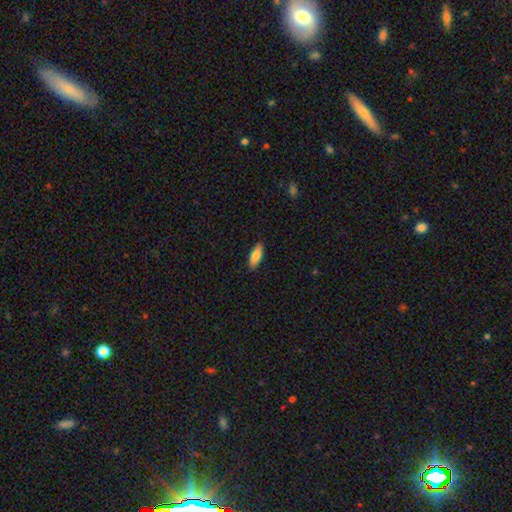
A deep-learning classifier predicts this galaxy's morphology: Smooth or featured?
  - smooth: 81% *
  - featured or disk: 13%
  - star or artifact: 6%
How rounded?
  - in between: 64% *
  - cigar-shaped: 34%
  - round: 2%
Merging?
  - none: 87% *
  - minor disturbance: 10%
  - major disturbance: 2%
  - merger: 1%